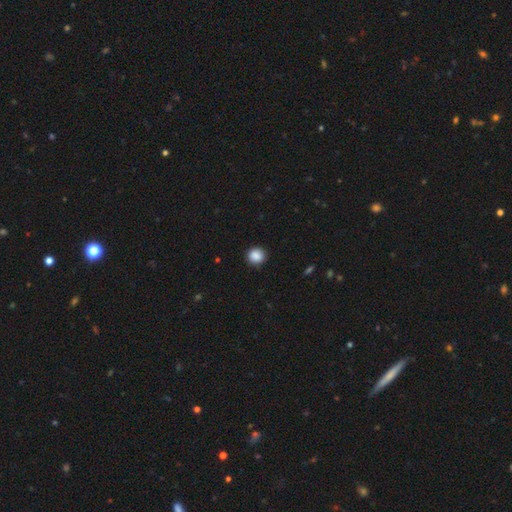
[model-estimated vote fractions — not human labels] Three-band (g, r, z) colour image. It shows a smooth galaxy with no disk features (88%) that is round (86%). Merging: none (89%).